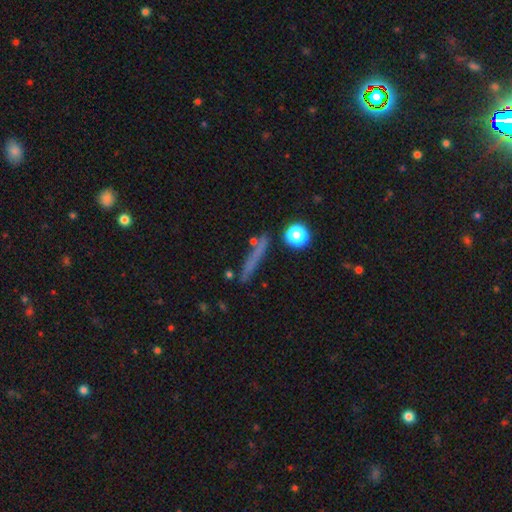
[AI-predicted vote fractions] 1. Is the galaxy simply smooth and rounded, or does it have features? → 53% smooth, 29% featured or disk, 18% star or artifact.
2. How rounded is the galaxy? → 82% cigar-shaped, 10% round, 8% in between.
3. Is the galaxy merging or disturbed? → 78% none, 13% minor disturbance, 5% merger, 5% major disturbance.